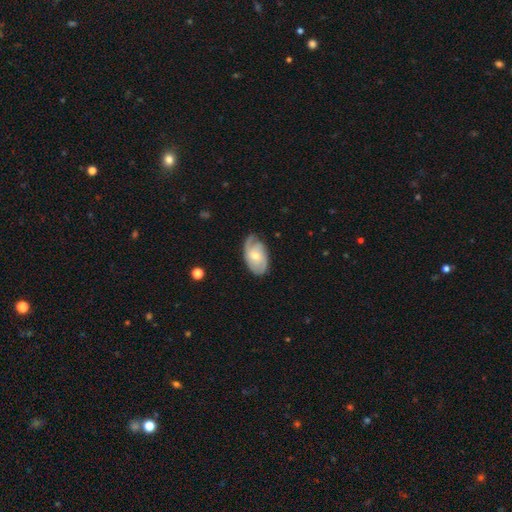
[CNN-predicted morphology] Smooth or featured?
  - featured or disk: 74% *
  - smooth: 21%
  - star or artifact: 5%
Edge-on disk?
  - no: 95% *
  - yes: 5%
Bar?
  - no: 70% *
  - weak: 26%
  - strong: 4%
Spiral arms?
  - yes: 93% *
  - no: 7%
Spiral winding?
  - tight: 52% *
  - medium: 35%
  - loose: 13%
Spiral arm count?
  - 2: 44% *
  - can't tell: 24%
  - 3: 18%
  - 1: 8%
  - 4: 4%
  - more than 4: 3%
Bulge size?
  - small: 49% *
  - moderate: 47%
  - large: 2%
  - none: 1%
  - dominant: 1%
Merging?
  - none: 71% *
  - minor disturbance: 21%
  - major disturbance: 6%
  - merger: 1%